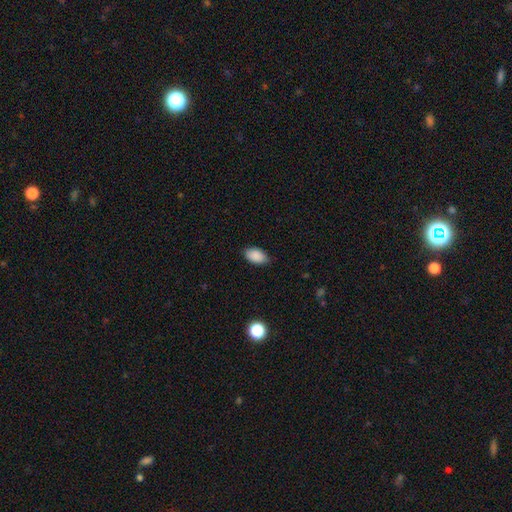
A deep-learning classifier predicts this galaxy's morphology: The model was most divided on "merging": none: 83%, minor disturbance: 13%, major disturbance: 3%, merger: 1%. More confident: how rounded — in between (92%); smooth or featured — smooth (89%).